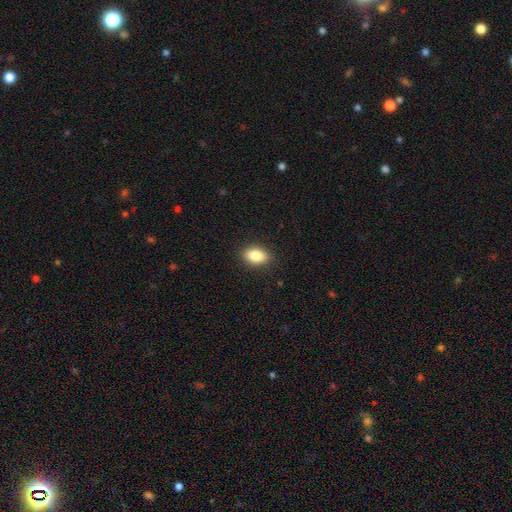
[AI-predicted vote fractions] smooth 85%, star or artifact 8%, featured or disk 7%. Down the decision tree: how rounded — in between (87%); merging — none (89%).